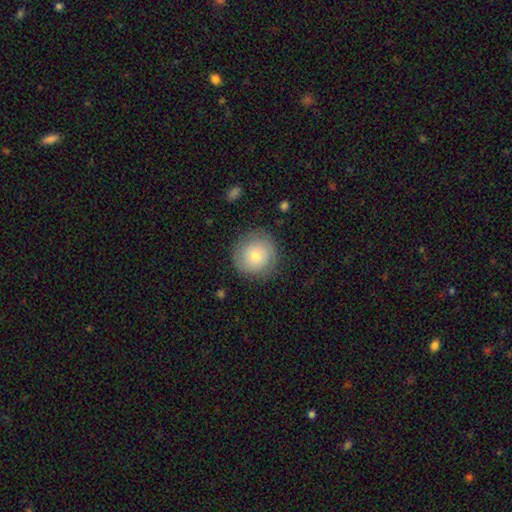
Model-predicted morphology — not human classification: type=smooth (67%); roundness=round (93%); merging=none (83%).